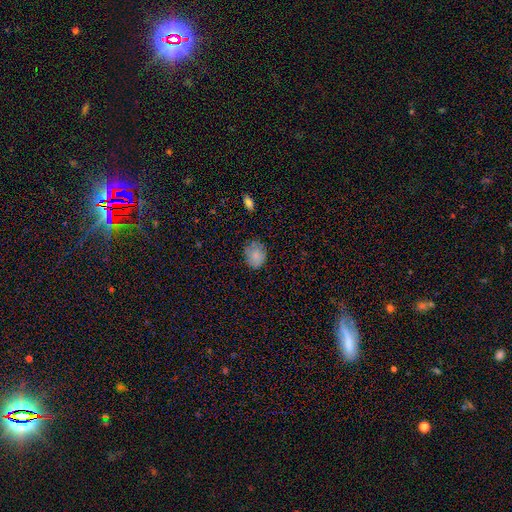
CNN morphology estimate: smooth_or_featured: smooth (p=0.83) [alt: star or artifact p=0.09]
how_rounded: round (p=0.62) [alt: in between p=0.37]
merging: none (p=0.77) [alt: minor disturbance p=0.18]